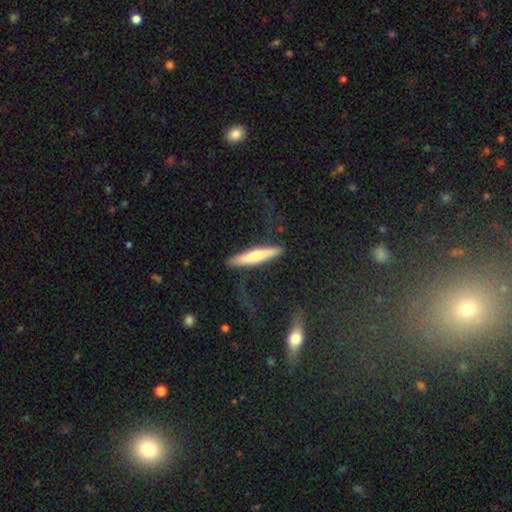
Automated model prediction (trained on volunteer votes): Smooth or featured? Predicted: smooth (p=0.56). How rounded? Predicted: cigar-shaped (p=0.91). Merging? Predicted: none (p=0.76).